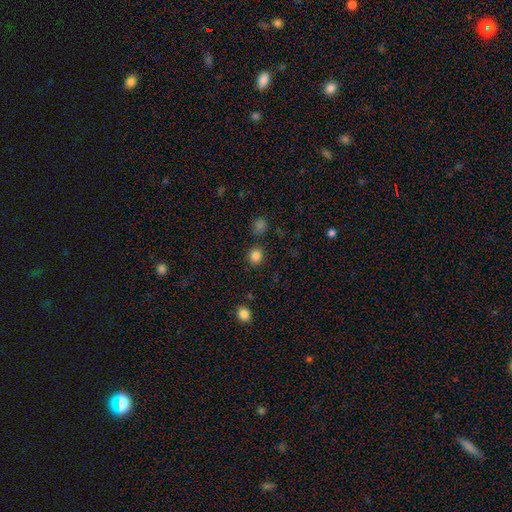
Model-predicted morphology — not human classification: Smooth or featured?
  - smooth: 84% *
  - star or artifact: 12%
  - featured or disk: 4%
How rounded?
  - round: 89% *
  - in between: 10%
  - cigar-shaped: 1%
Merging?
  - none: 87% *
  - minor disturbance: 7%
  - merger: 3%
  - major disturbance: 2%